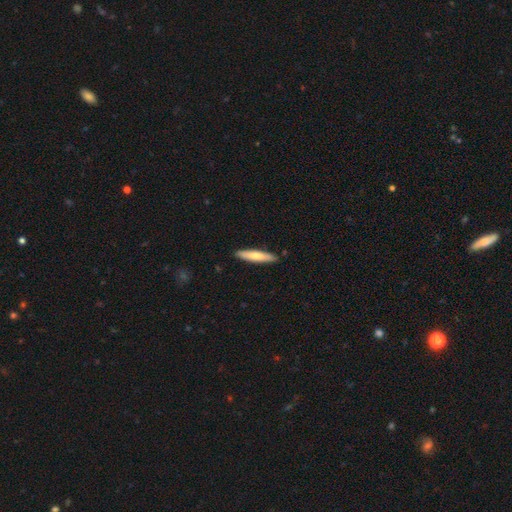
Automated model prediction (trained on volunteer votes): The model was most divided on "smooth or featured": smooth: 72%, featured or disk: 23%, star or artifact: 5%. More confident: merging — none (89%); how rounded — cigar-shaped (87%).